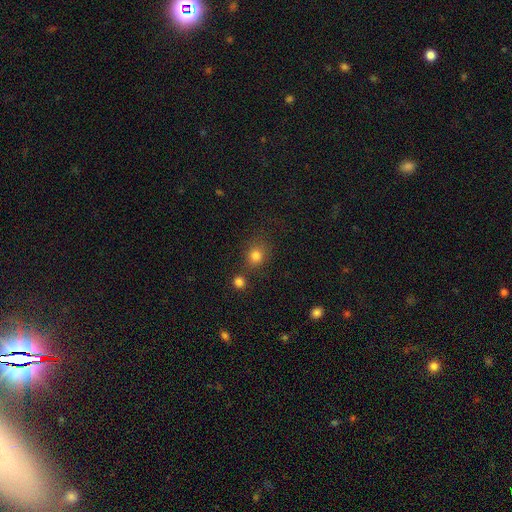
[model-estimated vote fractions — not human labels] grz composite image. It shows a smooth galaxy with no disk features (80%) that is round (78%). Merging: none (67%).